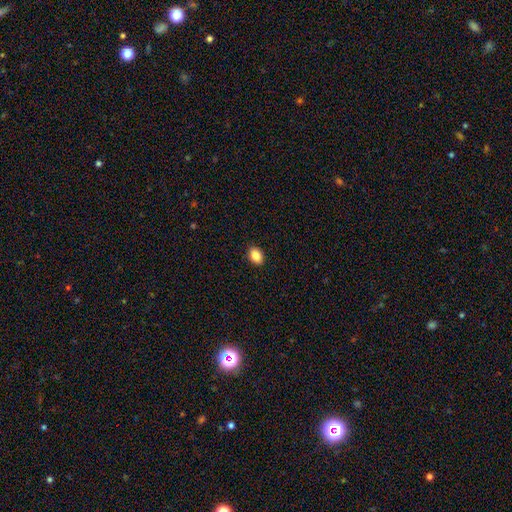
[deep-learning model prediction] smooth 87%, star or artifact 8%, featured or disk 4%. Down the decision tree: how rounded — in between (75%); merging — none (91%).